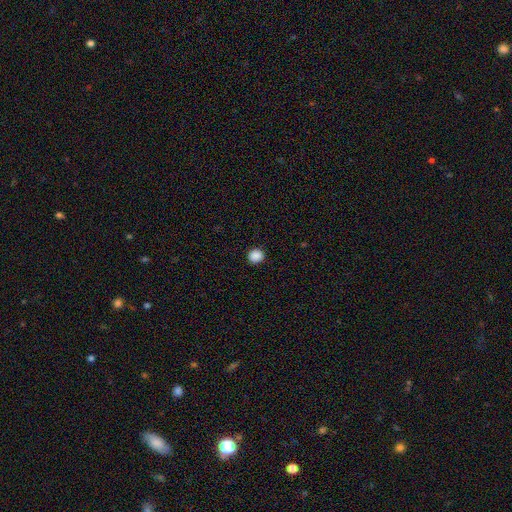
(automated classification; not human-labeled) smooth 88%, star or artifact 9%, featured or disk 2%. Down the decision tree: how rounded — round (88%); merging — none (92%).